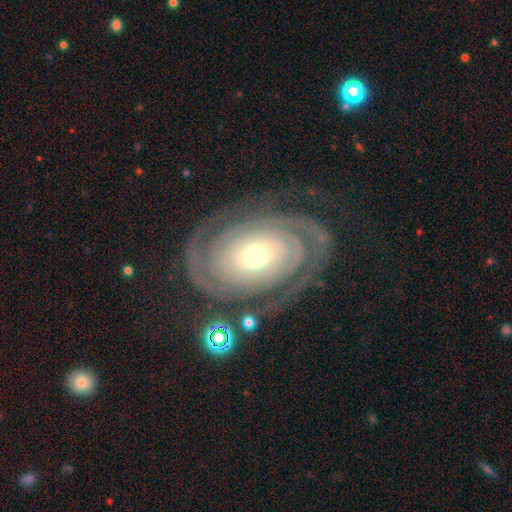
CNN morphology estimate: Smooth or featured?
  - featured or disk: 90% *
  - smooth: 5%
  - star or artifact: 5%
Edge-on disk?
  - no: 96% *
  - yes: 4%
Bar?
  - no: 74% *
  - weak: 15%
  - strong: 11%
Spiral arms?
  - yes: 97% *
  - no: 3%
Spiral winding?
  - tight: 84% *
  - medium: 13%
  - loose: 3%
Spiral arm count?
  - 2: 67% *
  - can't tell: 11%
  - 3: 10%
  - 4: 4%
  - 1: 4%
  - more than 4: 4%
Bulge size?
  - moderate: 59% *
  - small: 33%
  - large: 6%
  - dominant: 1%
  - none: 1%
Merging?
  - none: 79% *
  - minor disturbance: 12%
  - major disturbance: 6%
  - merger: 2%